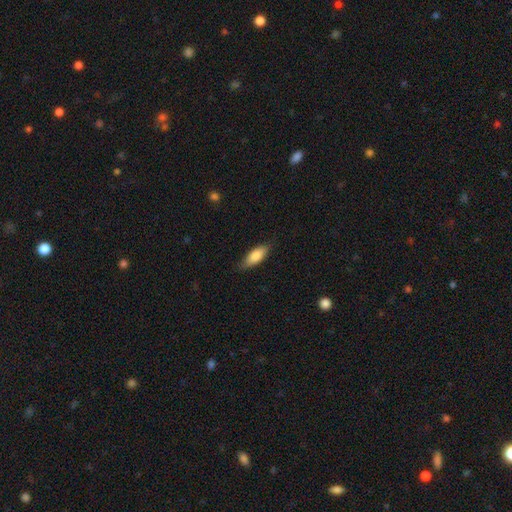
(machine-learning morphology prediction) A smooth galaxy with no disk features (80%) that is in between round and cigar-shaped (73%). Merging: none (80%).